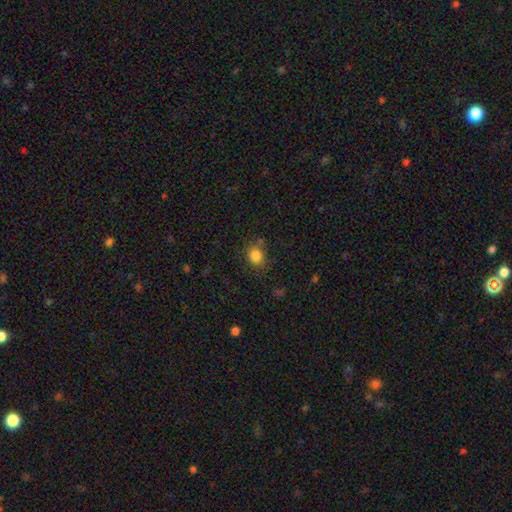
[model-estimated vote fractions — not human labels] The model was most divided on "how rounded": round: 64%, in between: 35%, cigar-shaped: 1%. More confident: smooth or featured — smooth (83%); merging — none (75%).